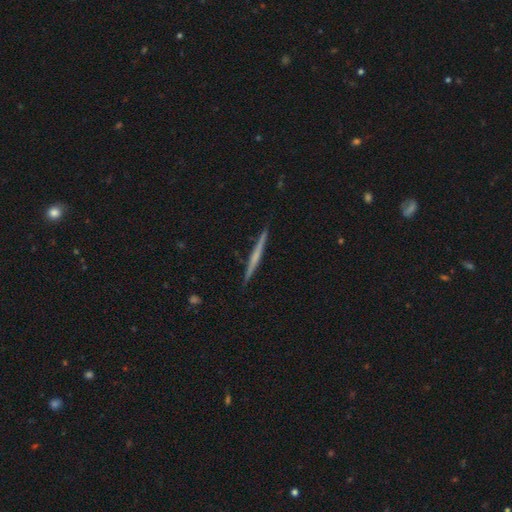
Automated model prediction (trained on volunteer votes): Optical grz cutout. It shows a featured or disk galaxy (59%) viewed edge-on (98%) with no central bulge (70%). Merging: none (92%).